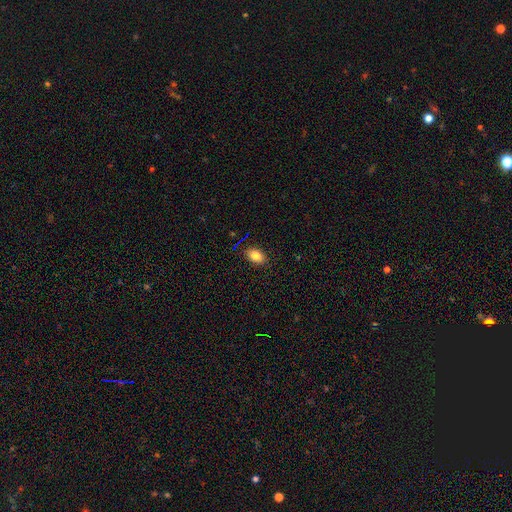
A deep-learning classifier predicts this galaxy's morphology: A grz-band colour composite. It shows a smooth galaxy with no disk features (83%) that is in between round and cigar-shaped (84%). Merging: none (86%).